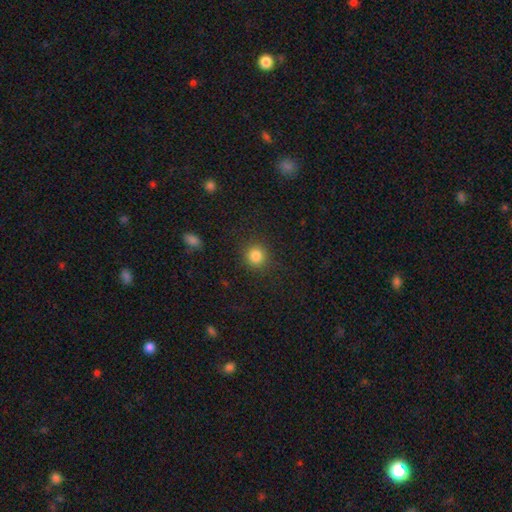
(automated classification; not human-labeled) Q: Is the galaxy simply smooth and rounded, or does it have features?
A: smooth — 84%.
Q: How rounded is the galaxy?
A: round — 91%.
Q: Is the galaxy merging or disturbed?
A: none — 89%.